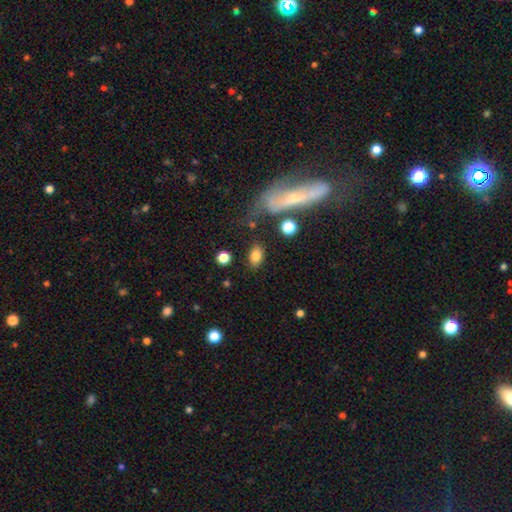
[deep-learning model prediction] Overall: smooth (81%). How rounded: in between (84%). Merging: none (77%).